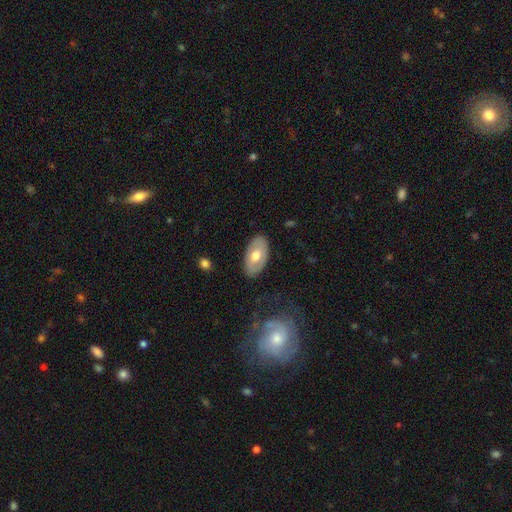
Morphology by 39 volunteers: A smooth galaxy with no disk features (51%) that is in between round and cigar-shaped (100%).

Vote fractions:
- Smooth or featured? smooth: 51% / featured or disk: 46% / star or artifact: 3%
- How rounded? in between: 100% / round: 0% / cigar-shaped: 0%
- Merging? none: 76% / minor disturbance: 21% / major disturbance: 3% / merger: 0%